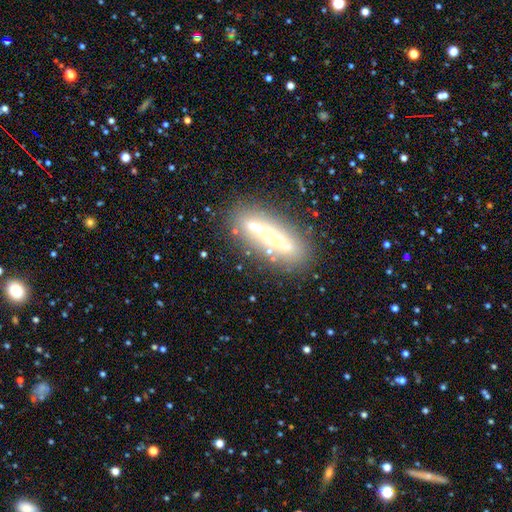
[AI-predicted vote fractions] smooth_or_featured: smooth (p=0.44) [alt: featured or disk p=0.33]
merging: none (p=0.76) [alt: minor disturbance p=0.14]